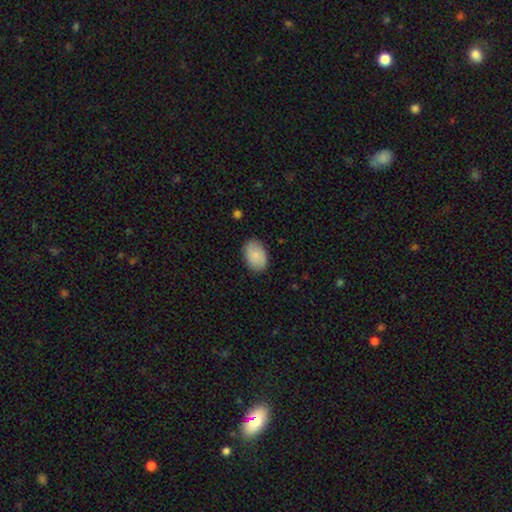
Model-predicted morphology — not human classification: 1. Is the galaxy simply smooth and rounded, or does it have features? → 86% smooth, 7% featured or disk, 6% star or artifact.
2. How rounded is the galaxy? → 83% in between, 16% round, 1% cigar-shaped.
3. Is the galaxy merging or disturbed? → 86% none, 10% minor disturbance, 2% major disturbance, 1% merger.